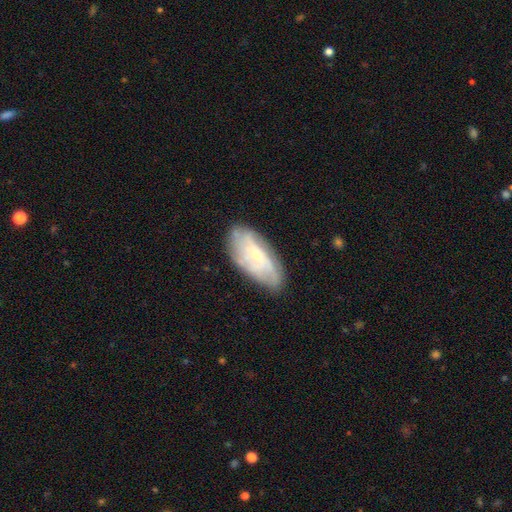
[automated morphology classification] Smooth or featured?
  - featured or disk: 60% *
  - smooth: 33%
  - star or artifact: 7%
Edge-on disk?
  - no: 90% *
  - yes: 10%
Bar?
  - no: 72% *
  - weak: 23%
  - strong: 5%
Spiral arms?
  - yes: 75% *
  - no: 25%
Bulge size?
  - small: 71% *
  - moderate: 25%
  - none: 2%
  - large: 1%
  - dominant: 1%
Merging?
  - none: 73% *
  - minor disturbance: 20%
  - major disturbance: 5%
  - merger: 1%